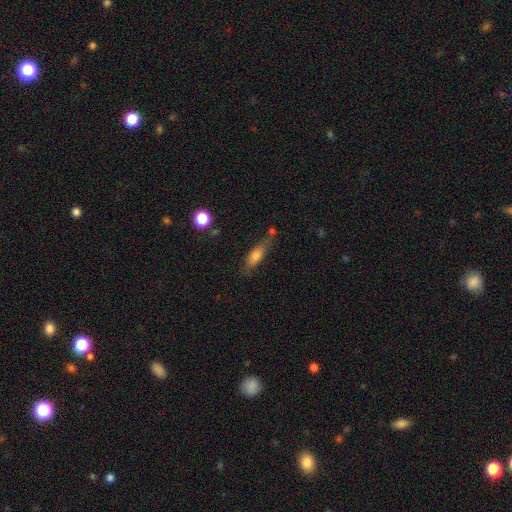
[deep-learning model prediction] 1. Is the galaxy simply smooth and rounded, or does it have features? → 69% smooth, 23% featured or disk, 8% star or artifact.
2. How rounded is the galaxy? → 50% in between, 46% cigar-shaped, 3% round.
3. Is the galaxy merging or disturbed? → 60% none, 22% minor disturbance, 11% merger, 8% major disturbance.